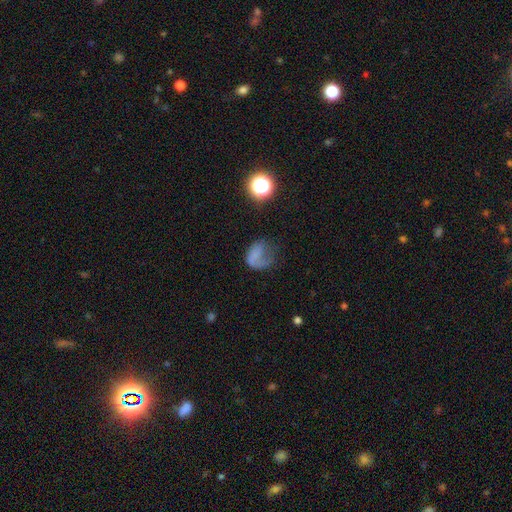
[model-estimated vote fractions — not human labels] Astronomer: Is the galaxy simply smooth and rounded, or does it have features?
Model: smooth — 53% (runner-up: featured or disk, 34%).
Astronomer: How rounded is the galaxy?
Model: in between — 53% (runner-up: round, 45%).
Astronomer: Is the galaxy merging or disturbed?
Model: major disturbance — 46% (runner-up: none, 29%).